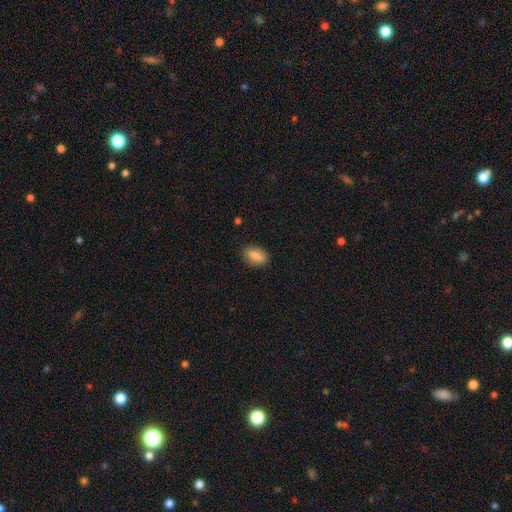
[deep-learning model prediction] Q: Smooth or featured?
A: smooth (84%); runner-up: featured or disk (8%)
Q: How rounded?
A: in between (85%); runner-up: cigar-shaped (9%)
Q: Merging?
A: none (83%); runner-up: minor disturbance (13%)